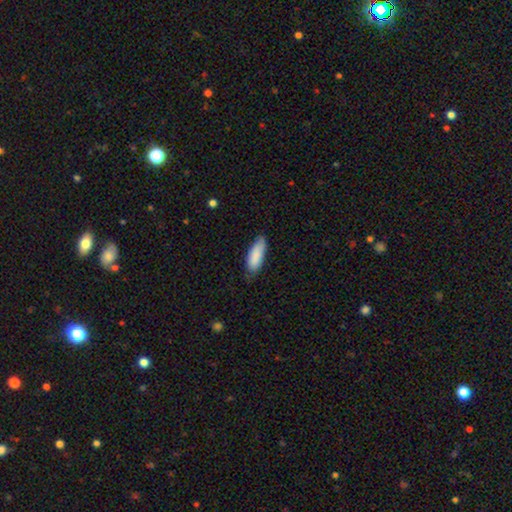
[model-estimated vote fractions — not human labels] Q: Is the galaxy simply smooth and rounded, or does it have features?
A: smooth — 88%.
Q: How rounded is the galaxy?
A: in between — 67%.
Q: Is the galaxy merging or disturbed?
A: none — 75%.